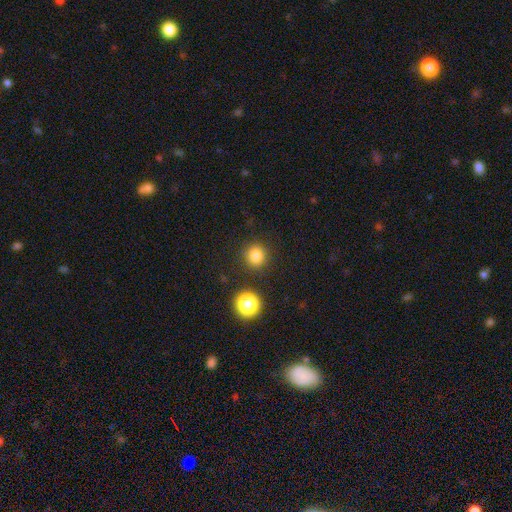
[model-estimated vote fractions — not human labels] A smooth galaxy with no disk features (81%) that is round (93%). Merging: none (88%).